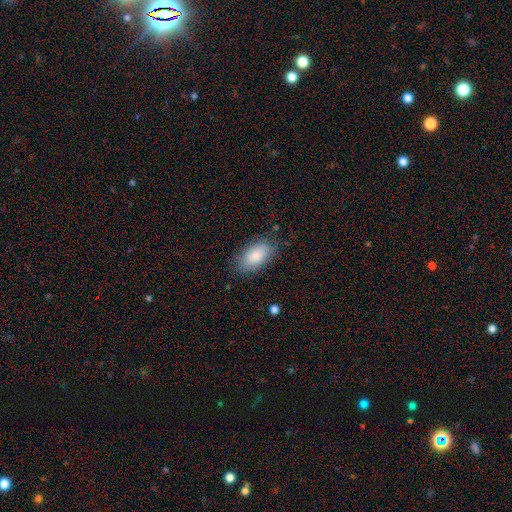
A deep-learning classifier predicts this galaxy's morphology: Smooth or featured?
  - smooth: 85% *
  - featured or disk: 9%
  - star or artifact: 6%
How rounded?
  - in between: 94% *
  - round: 4%
  - cigar-shaped: 3%
Merging?
  - none: 79% *
  - minor disturbance: 15%
  - major disturbance: 5%
  - merger: 1%